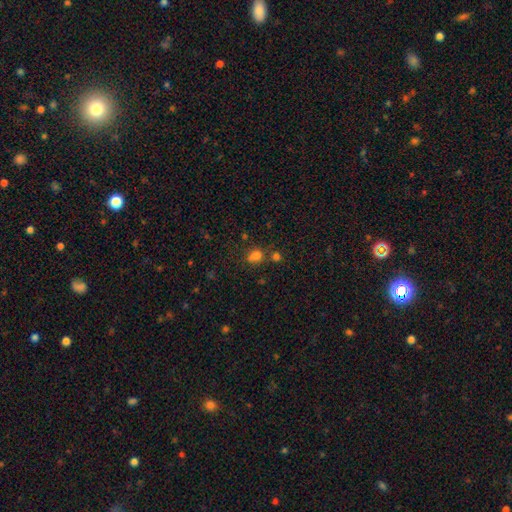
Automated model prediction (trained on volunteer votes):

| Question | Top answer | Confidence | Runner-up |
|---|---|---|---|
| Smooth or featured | smooth | 74% | star or artifact (20%) |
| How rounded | in between | 62% | round (36%) |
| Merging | none | 57% | merger (19%) |